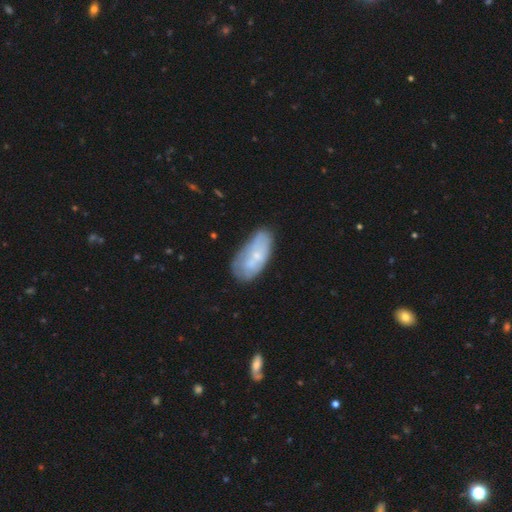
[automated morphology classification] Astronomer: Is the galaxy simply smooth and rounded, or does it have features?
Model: smooth — 53% (runner-up: featured or disk, 39%).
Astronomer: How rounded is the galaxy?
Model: in between — 91%.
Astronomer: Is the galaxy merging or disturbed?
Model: none — 47% (runner-up: minor disturbance, 28%).